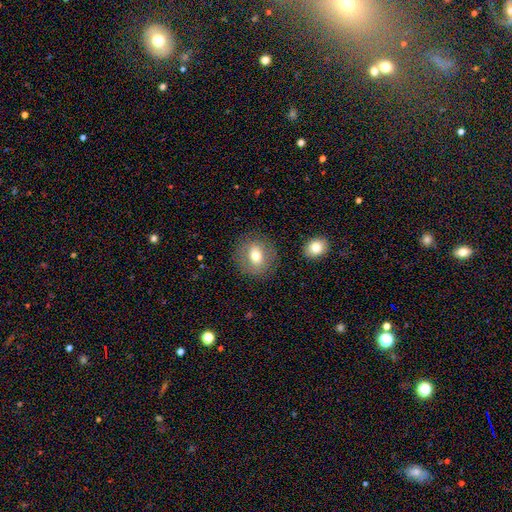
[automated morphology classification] smooth_or_featured: smooth (p=0.68) [alt: featured or disk p=0.22]
how_rounded: round (p=0.70) [alt: in between p=0.29]
merging: none (p=0.83) [alt: minor disturbance p=0.10]